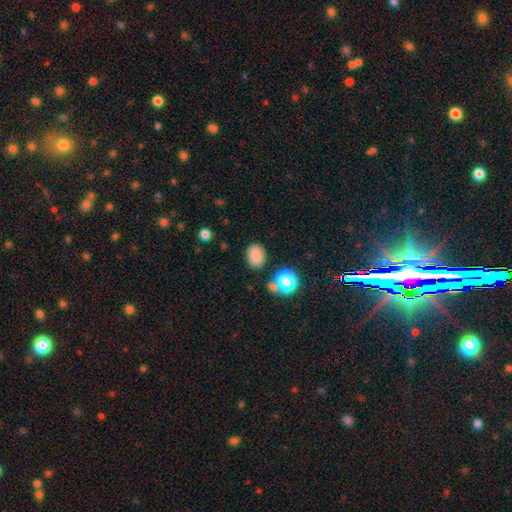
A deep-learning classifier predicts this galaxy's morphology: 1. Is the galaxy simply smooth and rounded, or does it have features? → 83% smooth, 12% star or artifact, 6% featured or disk.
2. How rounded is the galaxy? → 58% in between, 41% round, 1% cigar-shaped.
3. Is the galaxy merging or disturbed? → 79% none, 12% minor disturbance, 5% merger, 3% major disturbance.